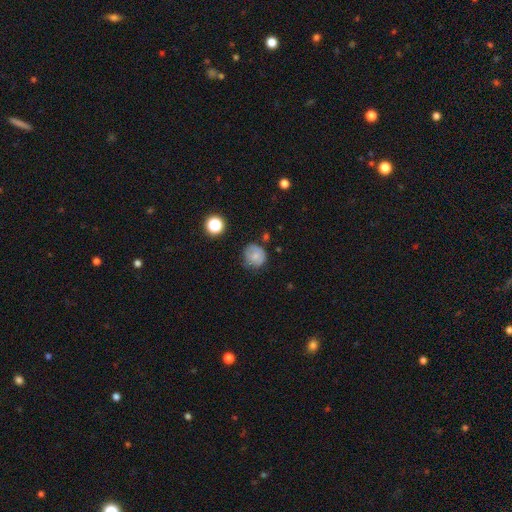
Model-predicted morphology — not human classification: This appears to be a smooth galaxy with no disk features (72%) that is round (86%). Merging: none (63%).